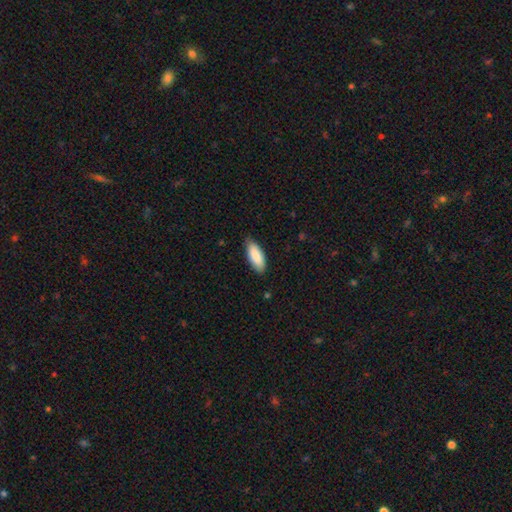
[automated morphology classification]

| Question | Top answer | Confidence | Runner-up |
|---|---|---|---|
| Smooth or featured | smooth | 88% | featured or disk (7%) |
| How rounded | in between | 78% | cigar-shaped (21%) |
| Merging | none | 81% | minor disturbance (16%) |